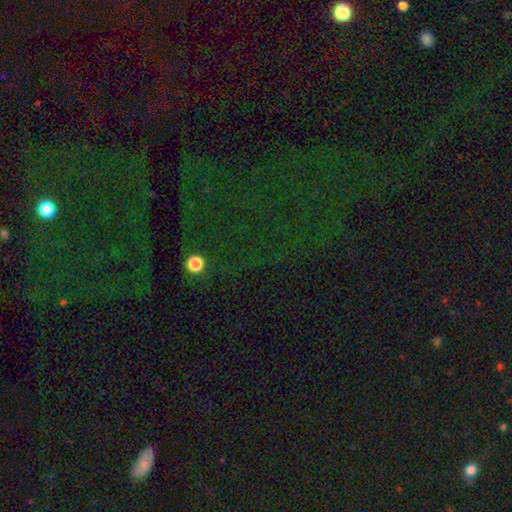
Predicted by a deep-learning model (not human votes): This is likely a star or artifact rather than a galaxy (79%).